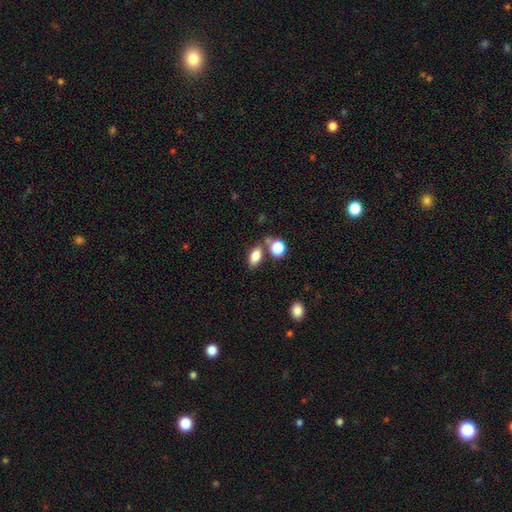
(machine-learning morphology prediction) This is clearly a smooth galaxy (82%). How rounded: clearly in between (84%). Merging: likely none (66%).